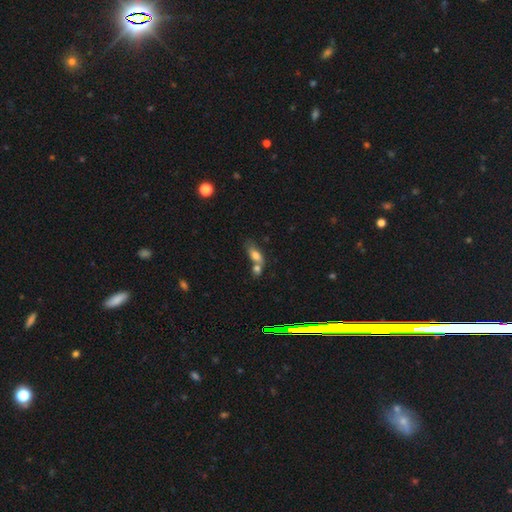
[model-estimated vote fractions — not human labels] Smooth or featured? smooth (74%)
How rounded? in between (79%)
Merging? merger (57%)